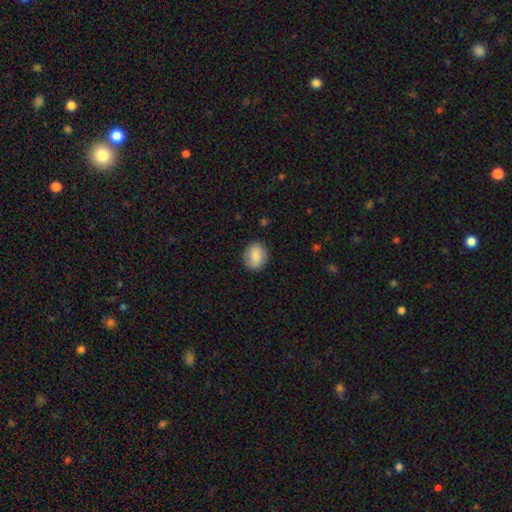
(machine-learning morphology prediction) Smooth or featured: smooth — 81% (featured or disk — 11%)
How rounded: round — 68% (in between — 31%)
Merging: none — 85% (minor disturbance — 11%)